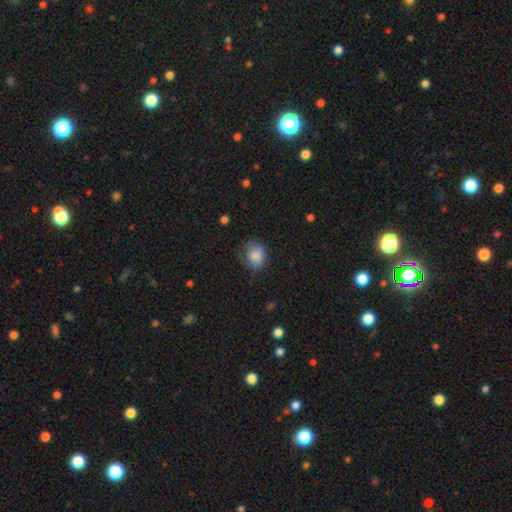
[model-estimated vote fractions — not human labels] smooth-or-featured: smooth: 82% | featured or disk: 9% | star or artifact: 8%
  how-rounded: round: 54% | in between: 46% | cigar-shaped: 1%
  merging: none: 58% | minor disturbance: 29% | major disturbance: 11% | merger: 1%